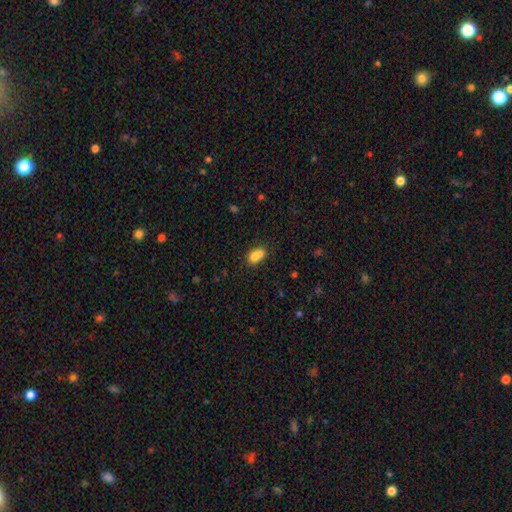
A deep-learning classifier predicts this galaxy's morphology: A smooth galaxy with no disk features (73%) that is in between round and cigar-shaped (53%).

Vote fractions:
- Smooth or featured? smooth: 73% / featured or disk: 17% / star or artifact: 11%
- How rounded? in between: 53% / round: 45% / cigar-shaped: 2%
- Merging? merger: 61% / none: 26% / minor disturbance: 9% / major disturbance: 4%